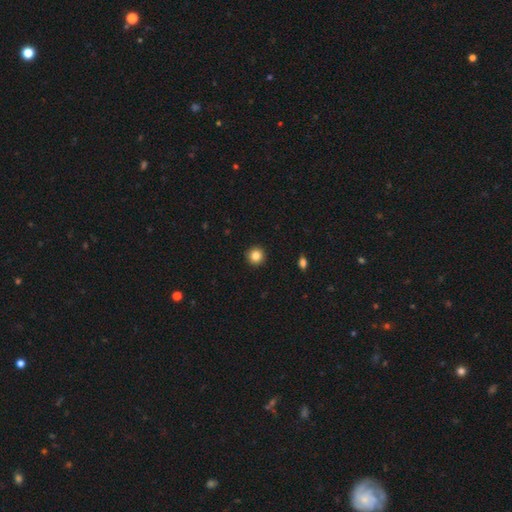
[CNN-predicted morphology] Smooth or featured: smooth — 84% (star or artifact — 10%)
How rounded: round — 95% (in between — 4%)
Merging: none — 93% (minor disturbance — 4%)